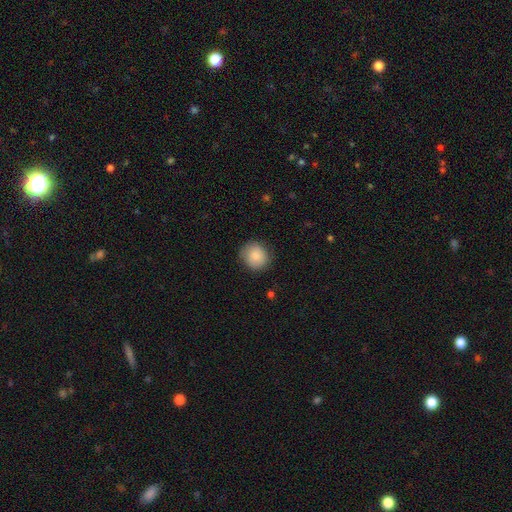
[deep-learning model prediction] Overall: smooth (85%). How rounded: round (85%). Merging: none (82%).